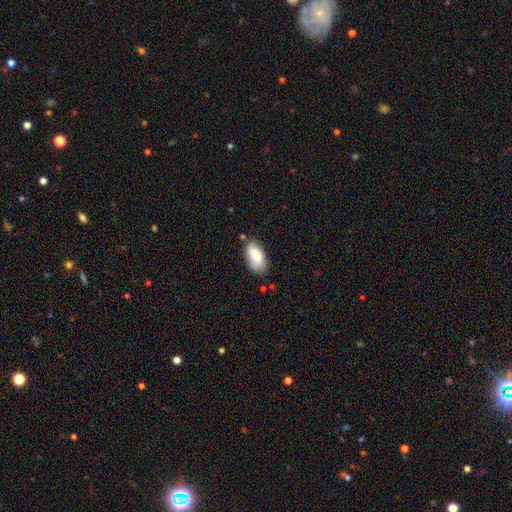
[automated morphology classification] smooth_or_featured: smooth (p=0.72) [alt: featured or disk p=0.21]
how_rounded: in between (p=0.93) [alt: cigar-shaped p=0.04]
merging: none (p=0.68) [alt: minor disturbance p=0.23]